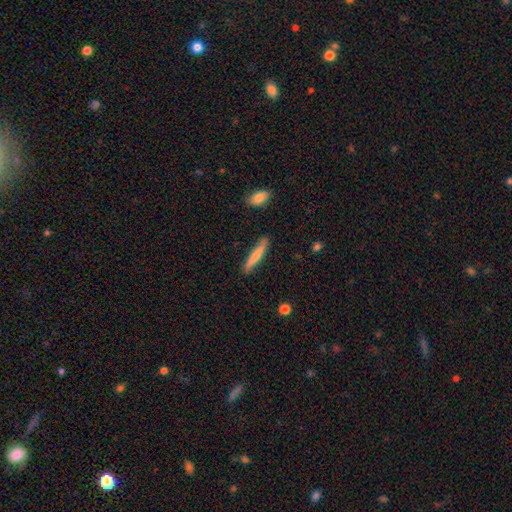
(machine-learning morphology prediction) smooth_or_featured: smooth (p=0.63) [alt: featured or disk p=0.32]
how_rounded: cigar-shaped (p=0.92) [alt: in between p=0.07]
merging: none (p=0.85) [alt: minor disturbance p=0.11]